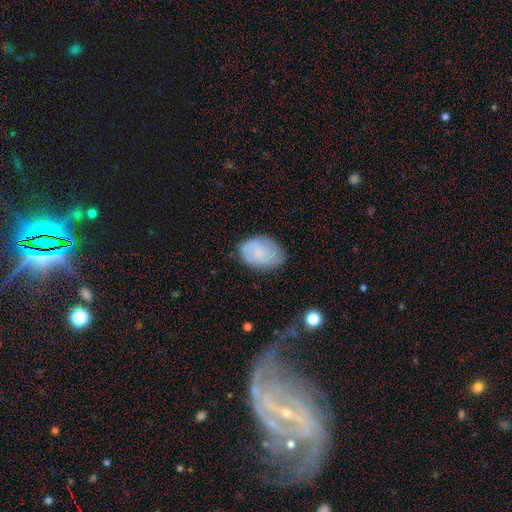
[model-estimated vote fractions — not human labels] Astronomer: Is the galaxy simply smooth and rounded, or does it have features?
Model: smooth — 71%.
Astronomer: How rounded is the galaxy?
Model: in between — 77%.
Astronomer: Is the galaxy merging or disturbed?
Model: none — 71%.